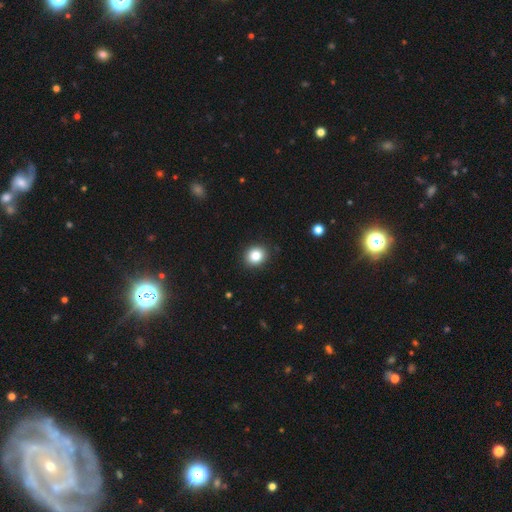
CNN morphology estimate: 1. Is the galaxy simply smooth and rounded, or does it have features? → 86% smooth, 10% star or artifact, 4% featured or disk.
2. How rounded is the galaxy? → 73% round, 27% in between, 1% cigar-shaped.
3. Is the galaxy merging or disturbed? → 90% none, 7% minor disturbance, 2% major disturbance, 1% merger.